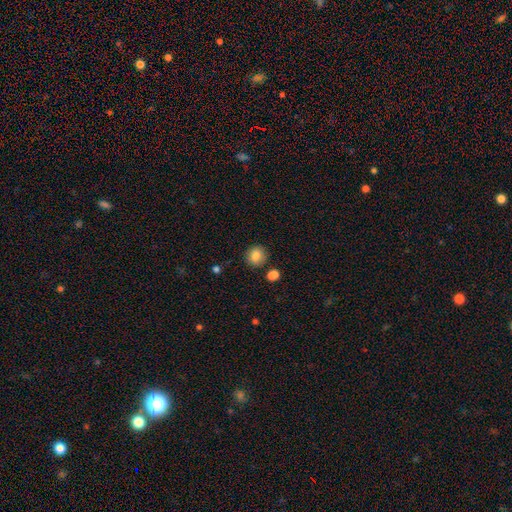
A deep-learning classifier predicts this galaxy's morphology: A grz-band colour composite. It shows a smooth galaxy with no disk features (84%) that is round (86%). Merging: none (86%).